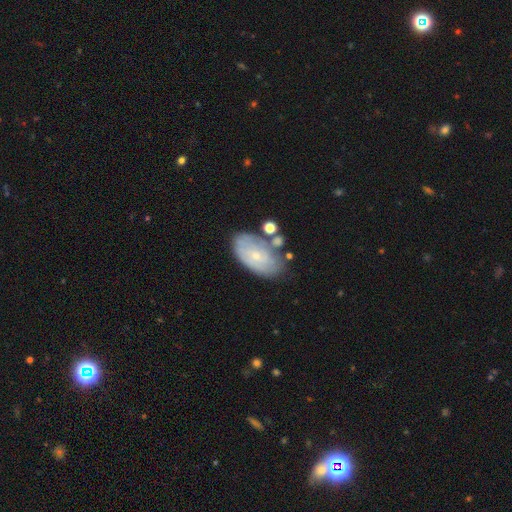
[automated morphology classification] Smooth or featured?
  - featured or disk: 52% *
  - smooth: 40%
  - star or artifact: 8%
Edge-on disk?
  - no: 93% *
  - yes: 7%
Merging?
  - none: 58% *
  - minor disturbance: 23%
  - merger: 11%
  - major disturbance: 8%